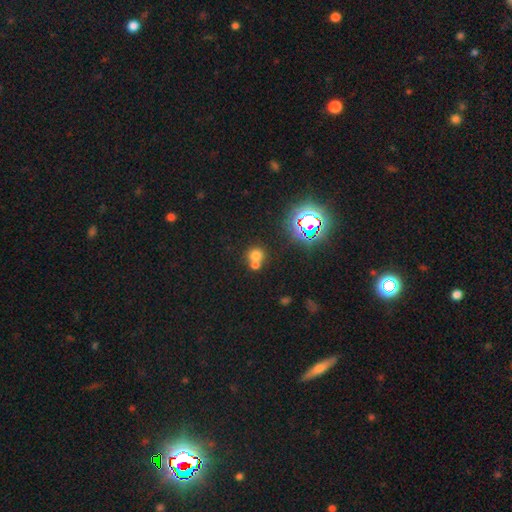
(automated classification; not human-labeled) A smooth galaxy with no disk features (66%) that is round (82%). Merging: merger (50%).